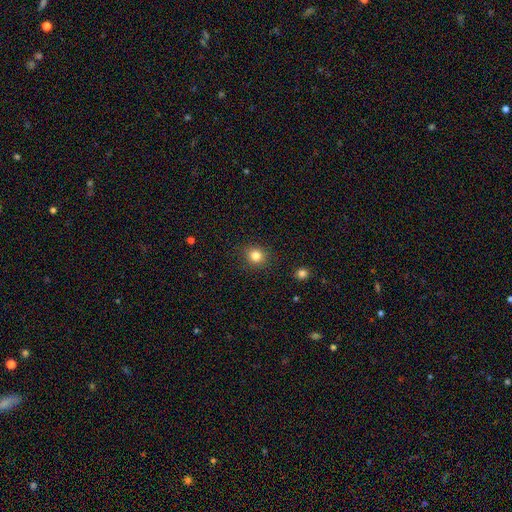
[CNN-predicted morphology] A smooth galaxy with no disk features (83%) that is round (86%).

Vote fractions:
- Smooth or featured? smooth: 83% / star or artifact: 12% / featured or disk: 5%
- How rounded? round: 86% / in between: 13% / cigar-shaped: 1%
- Merging? none: 90% / minor disturbance: 7% / major disturbance: 2% / merger: 1%